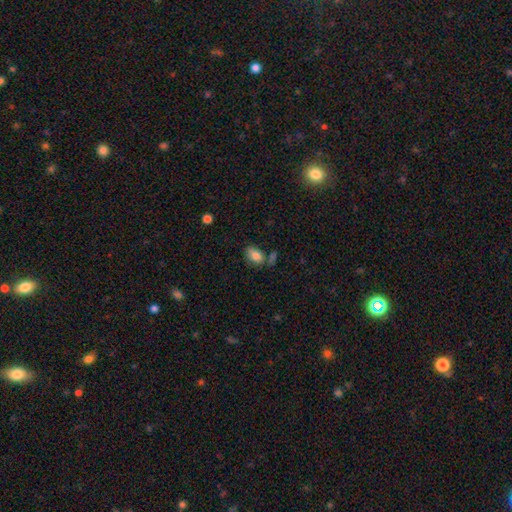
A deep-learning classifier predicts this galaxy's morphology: Smooth or featured? Predicted: smooth (p=0.82). How rounded? Predicted: in between (p=0.86). Merging? Predicted: none (p=0.59).